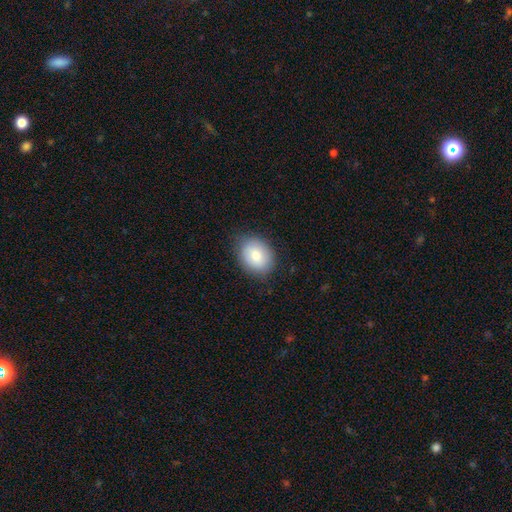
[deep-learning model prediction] Smooth or featured?
  - smooth: 80% *
  - featured or disk: 13%
  - star or artifact: 7%
How rounded?
  - in between: 59% *
  - round: 40%
  - cigar-shaped: 1%
Merging?
  - none: 82% *
  - minor disturbance: 14%
  - major disturbance: 3%
  - merger: 1%